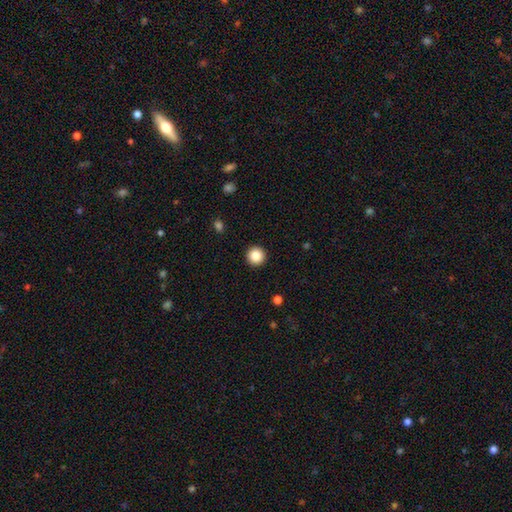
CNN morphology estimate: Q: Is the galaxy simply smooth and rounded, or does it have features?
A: smooth — 86%.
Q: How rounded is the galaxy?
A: round — 96%.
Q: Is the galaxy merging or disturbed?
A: none — 93%.